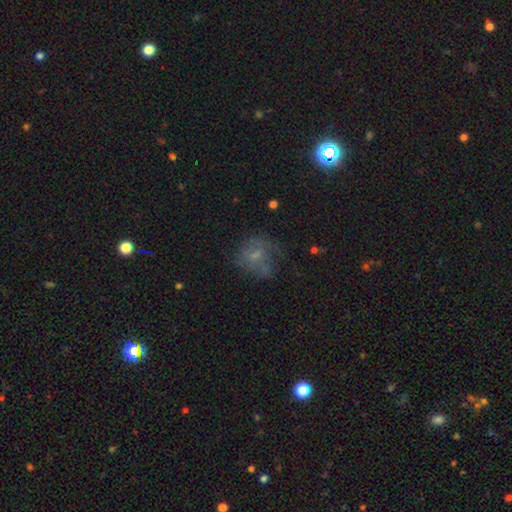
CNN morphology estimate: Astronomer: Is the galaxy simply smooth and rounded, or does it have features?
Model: smooth — 49% (runner-up: featured or disk, 35%).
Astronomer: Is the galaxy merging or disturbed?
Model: none — 48% (runner-up: minor disturbance, 23%).